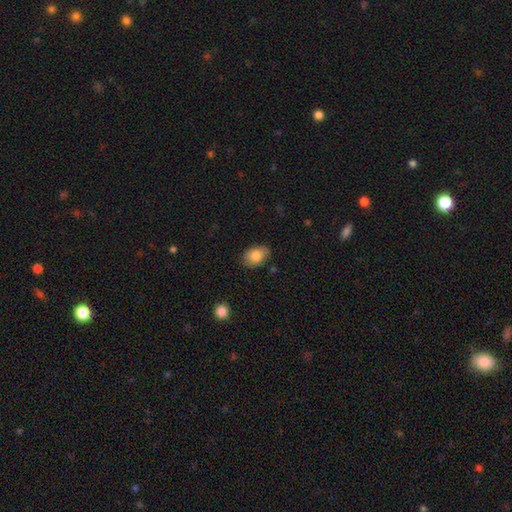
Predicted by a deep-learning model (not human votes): Smooth or featured?
  - smooth: 85% *
  - featured or disk: 8%
  - star or artifact: 7%
How rounded?
  - in between: 83% *
  - round: 16%
  - cigar-shaped: 1%
Merging?
  - none: 79% *
  - minor disturbance: 17%
  - major disturbance: 3%
  - merger: 1%